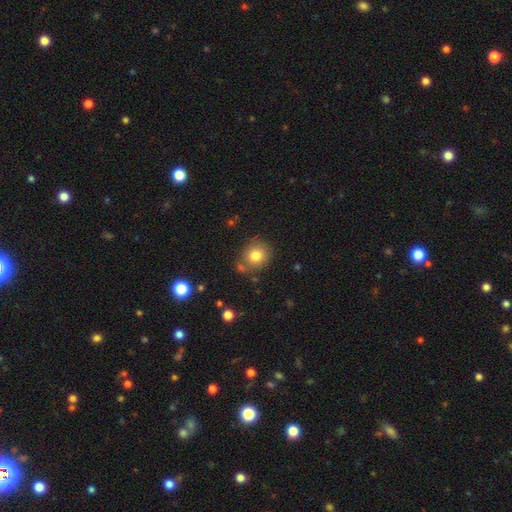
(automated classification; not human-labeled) Morphology: type=smooth (81%); roundness=round (85%); merging=none (75%).